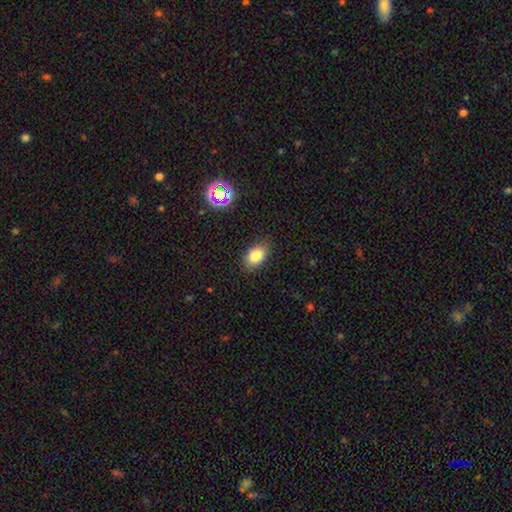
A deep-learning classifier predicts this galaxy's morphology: The model was most divided on "smooth or featured": smooth: 81%, star or artifact: 10%, featured or disk: 9%. More confident: how rounded — in between (85%); merging — none (84%).